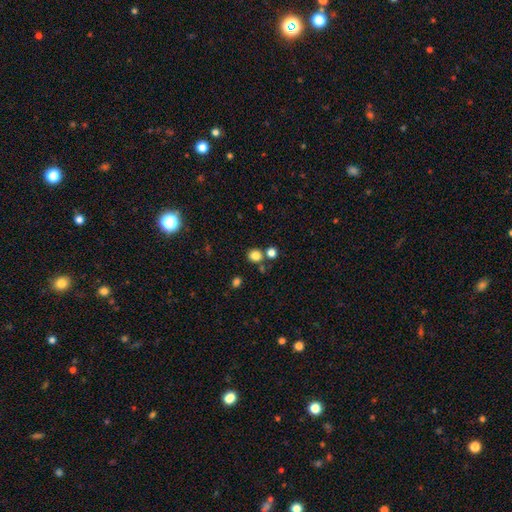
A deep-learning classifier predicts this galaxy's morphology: smooth-or-featured: smooth: 82% | star or artifact: 14% | featured or disk: 5%
  how-rounded: round: 76% | in between: 23% | cigar-shaped: 1%
  merging: none: 73% | merger: 15% | minor disturbance: 9% | major disturbance: 4%